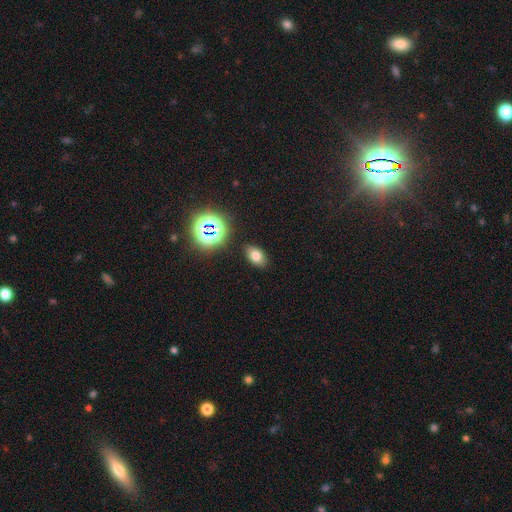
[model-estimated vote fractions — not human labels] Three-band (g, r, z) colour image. It shows a smooth galaxy with no disk features (72%) that is in between round and cigar-shaped (87%). Merging: none (86%).